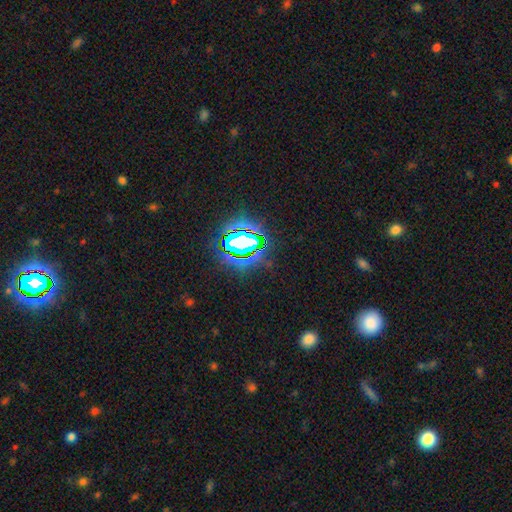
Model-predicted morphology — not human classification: This is clearly a star or artifact rather than a galaxy (82%).